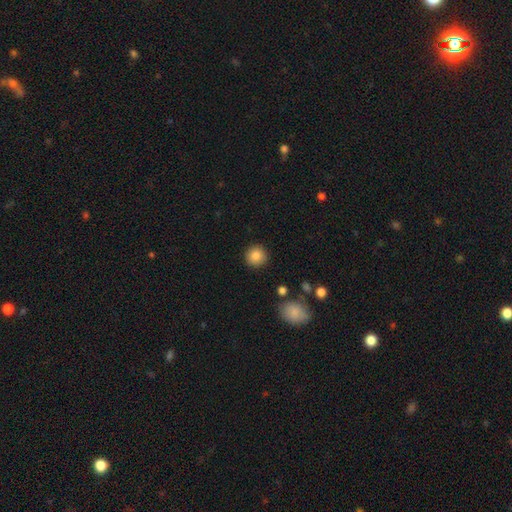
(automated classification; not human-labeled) Smooth or featured? smooth (86%)
How rounded? round (93%)
Merging? none (90%)